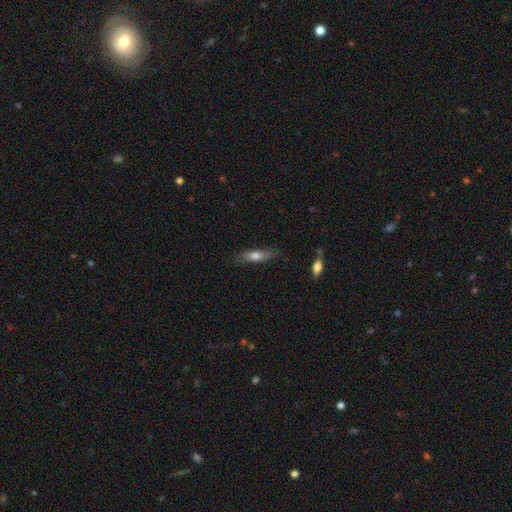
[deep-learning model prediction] Smooth or featured? smooth (64%)
How rounded? cigar-shaped (65%)
Merging? none (82%)